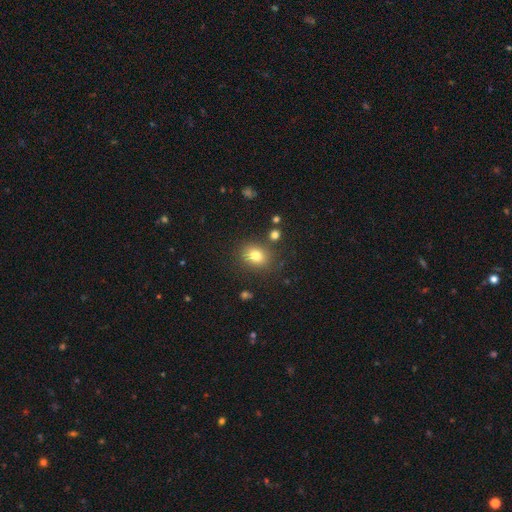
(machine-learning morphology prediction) A smooth galaxy with no disk features (79%) that is round (56%). Merging: none (81%).